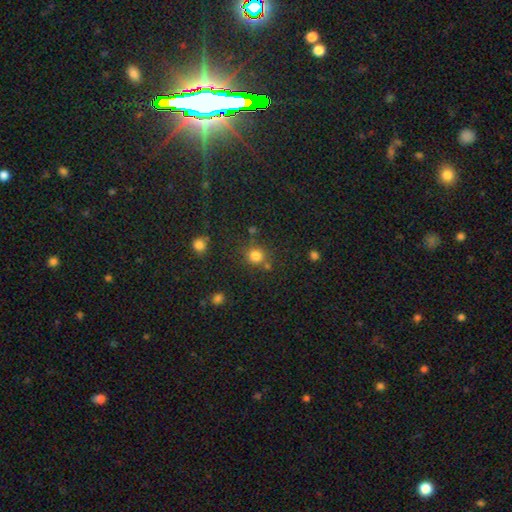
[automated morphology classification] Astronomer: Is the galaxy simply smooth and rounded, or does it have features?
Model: smooth — 79%.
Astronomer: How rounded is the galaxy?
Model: round — 89%.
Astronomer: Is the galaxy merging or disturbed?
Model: none — 74%.